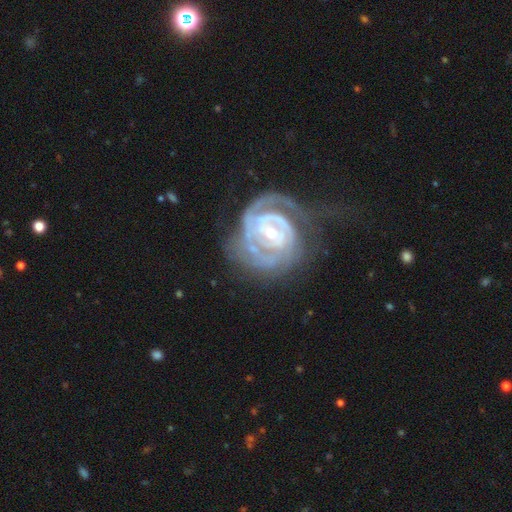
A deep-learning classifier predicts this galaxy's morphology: This appears to be a featured or disk galaxy (88%) with a weak bar (38%), 2 (42%) tight (74%) spiral arms (96%) and a small central bulge (64%). Merging: none (55%).